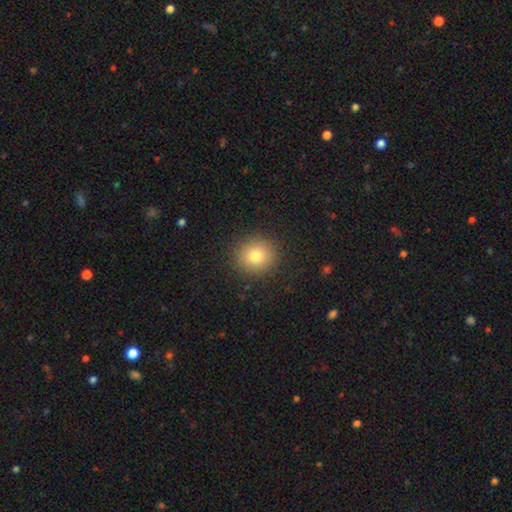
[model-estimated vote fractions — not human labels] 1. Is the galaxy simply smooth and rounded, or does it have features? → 81% smooth, 11% star or artifact, 8% featured or disk.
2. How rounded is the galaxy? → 89% round, 10% in between, 1% cigar-shaped.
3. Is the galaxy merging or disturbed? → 90% none, 6% minor disturbance, 2% major disturbance, 1% merger.